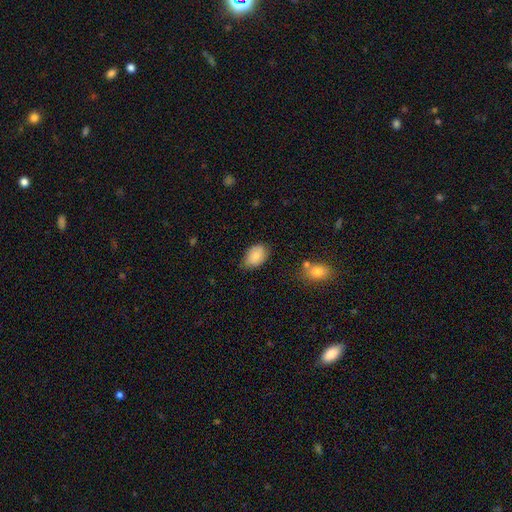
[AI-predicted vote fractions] smooth 83%, featured or disk 9%, star or artifact 7%. Down the decision tree: how rounded — in between (85%); merging — none (68%).